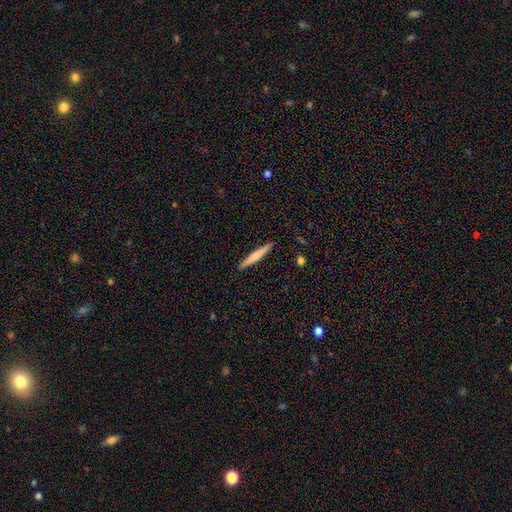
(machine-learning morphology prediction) A smooth galaxy with no disk features (65%) that is cigar-shaped (96%).

Vote fractions:
- Smooth or featured? smooth: 65% / featured or disk: 30% / star or artifact: 5%
- How rounded? cigar-shaped: 96% / in between: 3% / round: 1%
- Merging? none: 91% / minor disturbance: 7% / major disturbance: 1% / merger: 1%